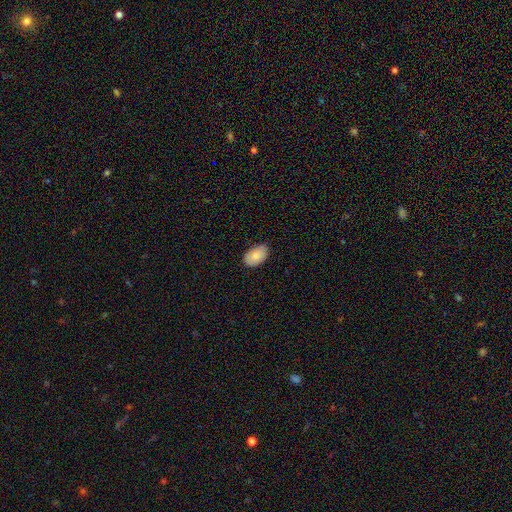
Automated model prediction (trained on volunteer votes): This appears to be a smooth galaxy with no disk features (83%) that is in between round and cigar-shaped (92%). Merging: none (74%).